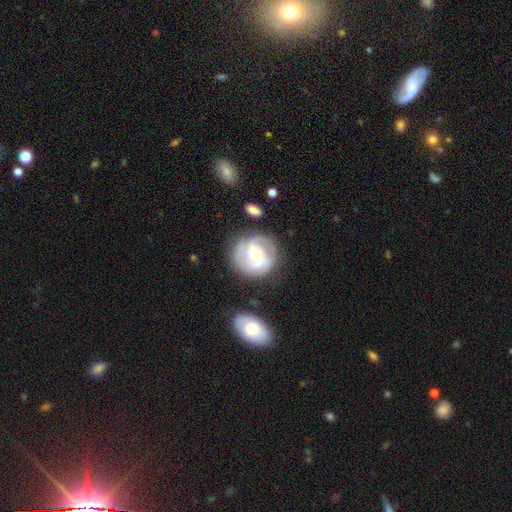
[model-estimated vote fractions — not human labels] Overall: featured or disk (74%). Edge-on disk: no (97%). Bar: weak (46%; no 32%). Spiral arms: yes (90%). Spiral arm count: 2 (46%; 3 22%). Spiral winding: medium (42%; tight 41%). Bulge size: moderate (54%; small 39%). Merging: none (72%).